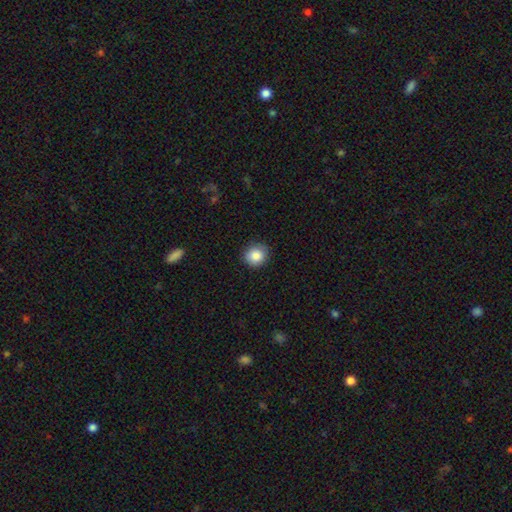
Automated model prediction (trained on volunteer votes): Morphology: type=smooth (86%); roundness=round (85%); merging=none (87%).